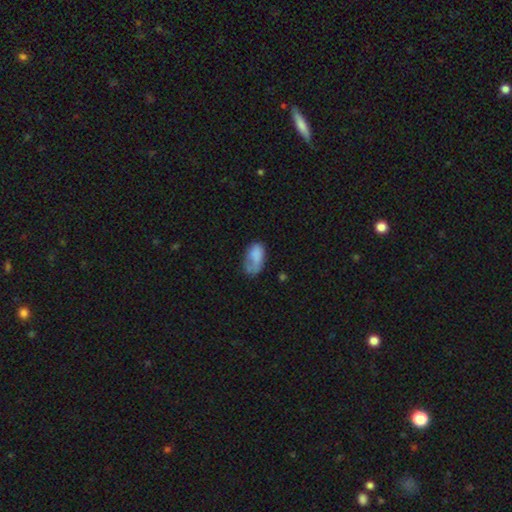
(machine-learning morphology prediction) Smooth or featured: smooth — 74% (featured or disk — 17%)
How rounded: in between — 93% (round — 5%)
Merging: none — 41% (minor disturbance — 31%)